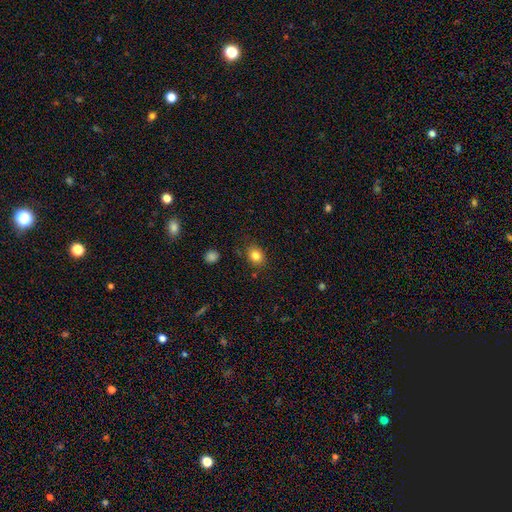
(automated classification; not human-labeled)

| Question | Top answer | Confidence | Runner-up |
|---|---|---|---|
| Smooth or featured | smooth | 82% | star or artifact (11%) |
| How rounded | round | 59% | in between (40%) |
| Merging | none | 81% | minor disturbance (13%) |